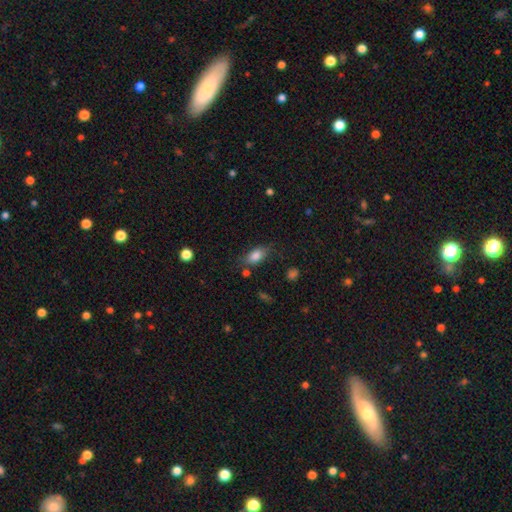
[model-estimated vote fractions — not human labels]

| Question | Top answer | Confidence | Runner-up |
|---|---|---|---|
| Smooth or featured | smooth | 82% | featured or disk (9%) |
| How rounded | in between | 86% | round (8%) |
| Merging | none | 67% | minor disturbance (21%) |